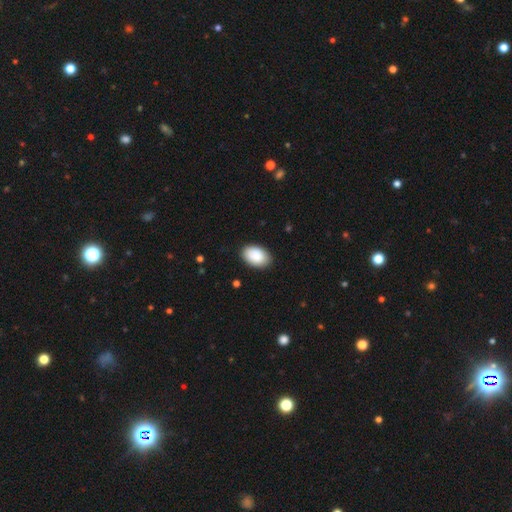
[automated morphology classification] Q: Smooth or featured?
A: smooth (89%); runner-up: star or artifact (6%)
Q: How rounded?
A: in between (91%); runner-up: round (8%)
Q: Merging?
A: none (86%); runner-up: minor disturbance (11%)